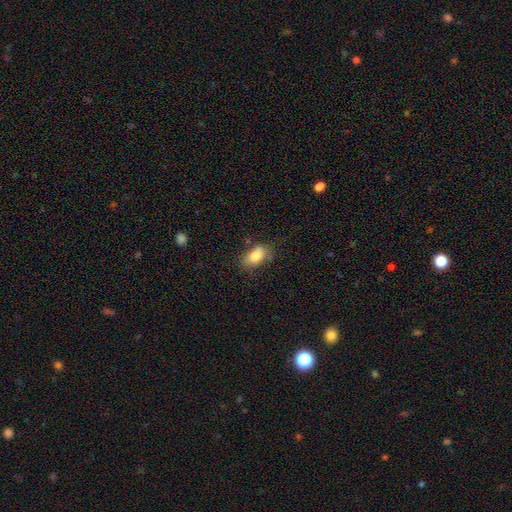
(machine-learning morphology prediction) This appears to be a smooth galaxy with no disk features (81%) that is in between round and cigar-shaped (86%). Merging: none (62%).